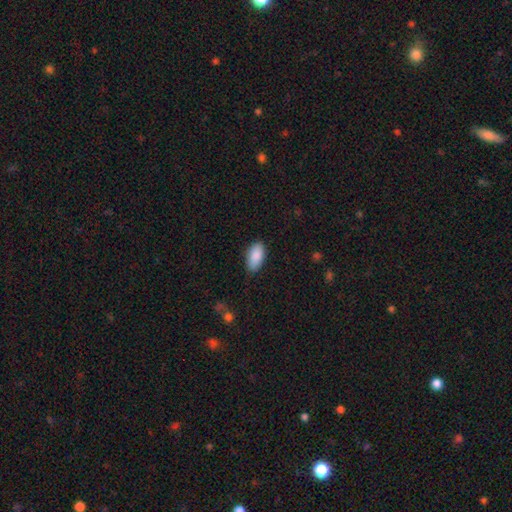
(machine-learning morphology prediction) A smooth galaxy with no disk features (89%) that is in between round and cigar-shaped (93%). Merging: none (81%).